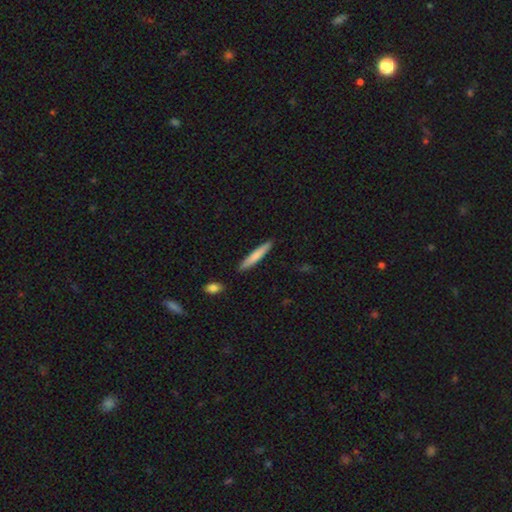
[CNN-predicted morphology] Smooth or featured?
  - smooth: 75% *
  - featured or disk: 19%
  - star or artifact: 5%
How rounded?
  - cigar-shaped: 93% *
  - in between: 6%
  - round: 1%
Merging?
  - none: 89% *
  - minor disturbance: 8%
  - merger: 2%
  - major disturbance: 2%